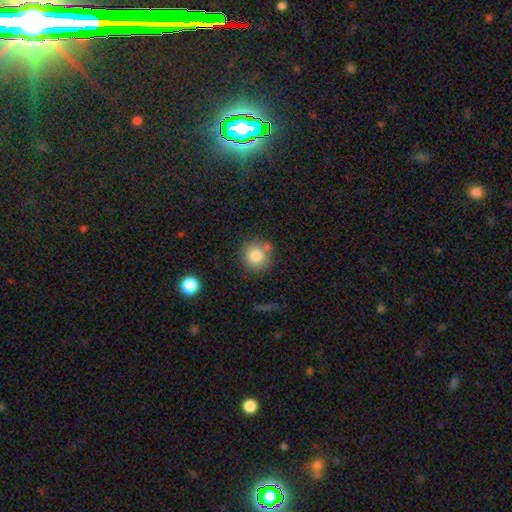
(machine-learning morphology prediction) smooth 82%, star or artifact 10%, featured or disk 8%. Down the decision tree: how rounded — round (91%); merging — none (71%).